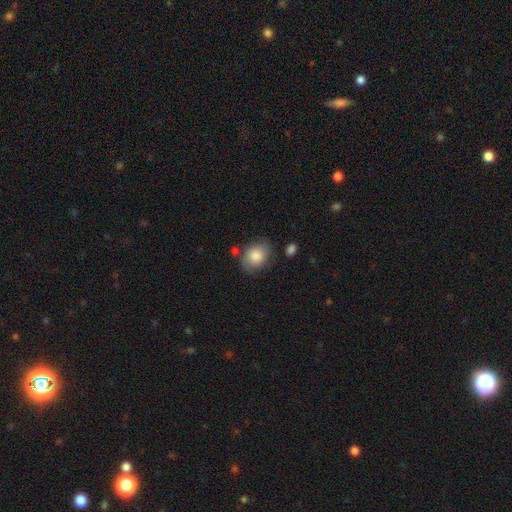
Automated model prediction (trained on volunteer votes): Smooth or featured: smooth — 84% (featured or disk — 9%)
How rounded: in between — 58% (round — 41%)
Merging: none — 71% (minor disturbance — 19%)